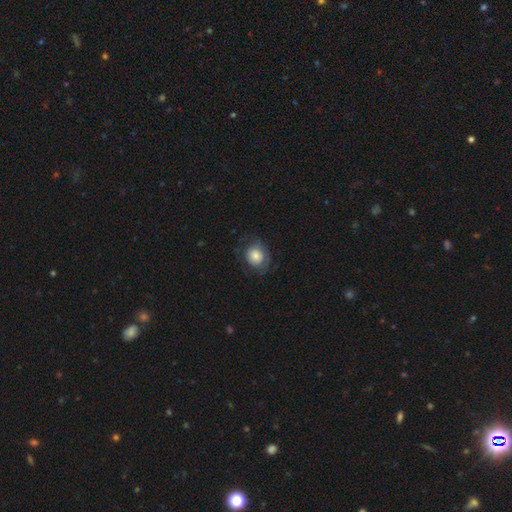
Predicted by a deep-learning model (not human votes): A smooth galaxy with no disk features (69%) that is round (71%).

Vote fractions:
- Smooth or featured? smooth: 69% / featured or disk: 23% / star or artifact: 8%
- How rounded? round: 71% / in between: 28% / cigar-shaped: 1%
- Merging? none: 66% / minor disturbance: 20% / major disturbance: 12% / merger: 1%